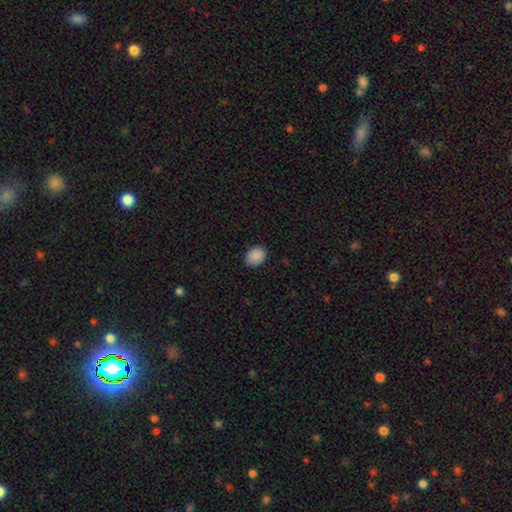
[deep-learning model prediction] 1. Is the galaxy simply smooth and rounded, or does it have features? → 90% smooth, 8% star or artifact, 3% featured or disk.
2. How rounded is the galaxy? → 65% in between, 34% round, 1% cigar-shaped.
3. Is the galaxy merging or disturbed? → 88% none, 10% minor disturbance, 2% major disturbance, 1% merger.